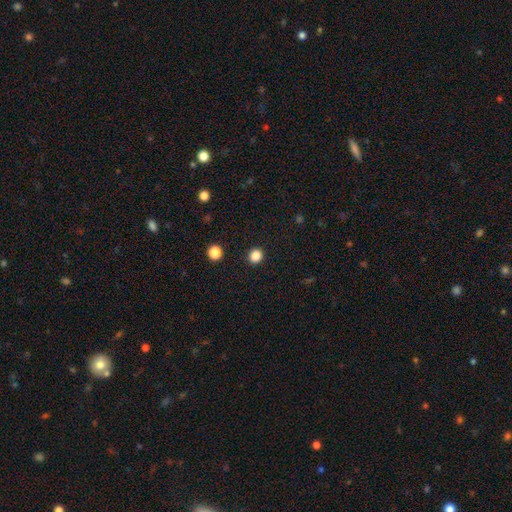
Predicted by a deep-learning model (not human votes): This appears to be a smooth galaxy with no disk features (85%) that is round (86%). Merging: none (92%).